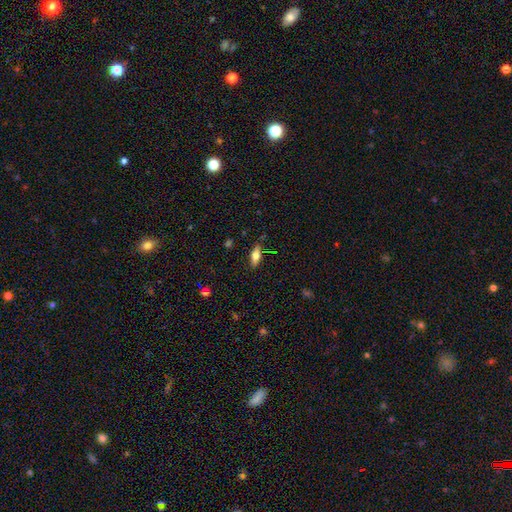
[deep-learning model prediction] A smooth galaxy with no disk features (58%) that is in between round and cigar-shaped (63%). Merging: none (84%).